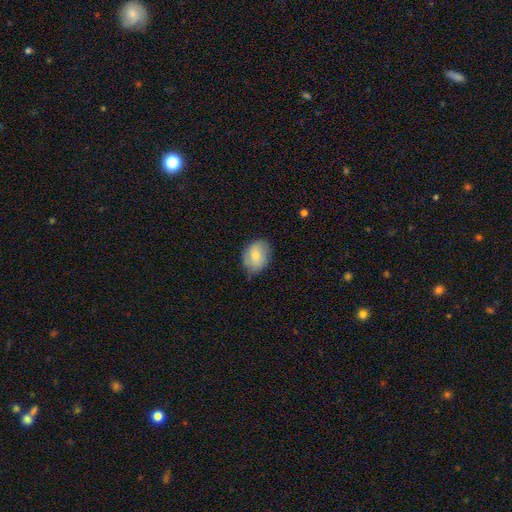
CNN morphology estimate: Smooth or featured? Predicted: smooth (p=0.73). How rounded? Predicted: in between (p=0.64). Merging? Predicted: none (p=0.74).